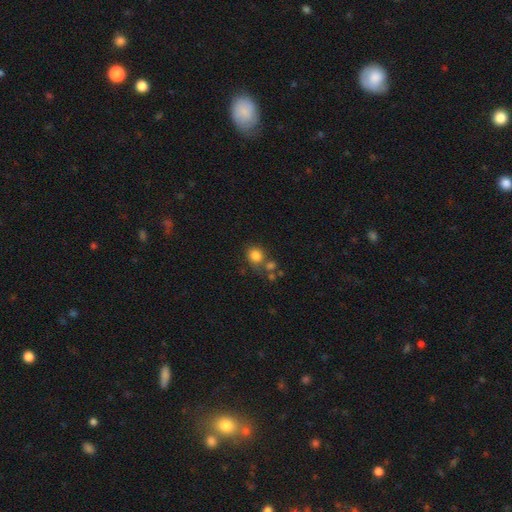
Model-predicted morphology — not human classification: This appears to be a smooth galaxy with no disk features (82%) that is round (79%). Merging: none (58%).